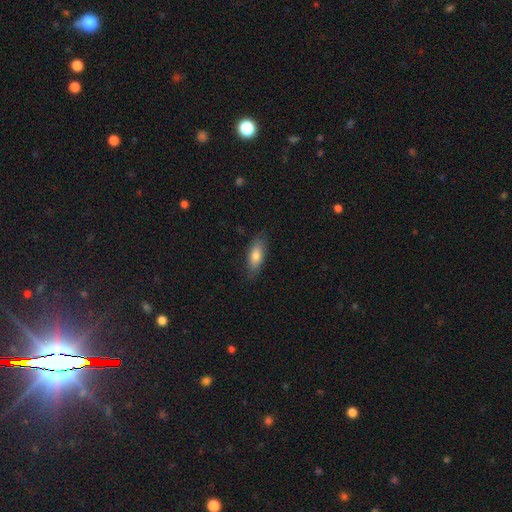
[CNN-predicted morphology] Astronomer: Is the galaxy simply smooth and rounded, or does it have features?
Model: smooth — 76%.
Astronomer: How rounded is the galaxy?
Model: in between — 74%.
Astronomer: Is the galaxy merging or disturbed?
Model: none — 81%.